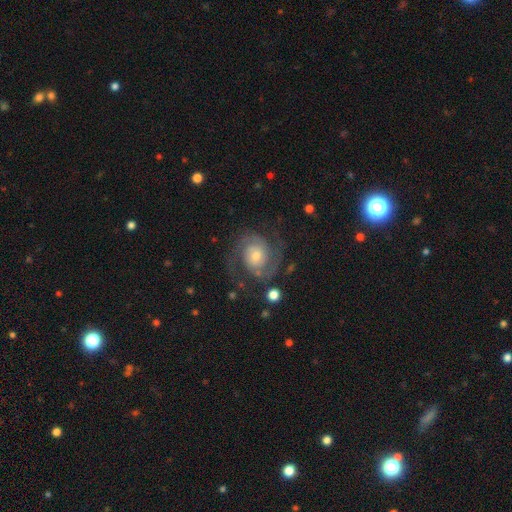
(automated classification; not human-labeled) Smooth or featured? Predicted: featured or disk (p=0.88). Edge-on disk? Predicted: no (p=0.98). Bar? Predicted: no (p=0.69). Spiral arms? Predicted: yes (p=0.98). Spiral winding? Predicted: medium (p=0.45). Spiral arm count? Predicted: 2 (p=0.88). Bulge size? Predicted: moderate (p=0.47). Merging? Predicted: none (p=0.77).